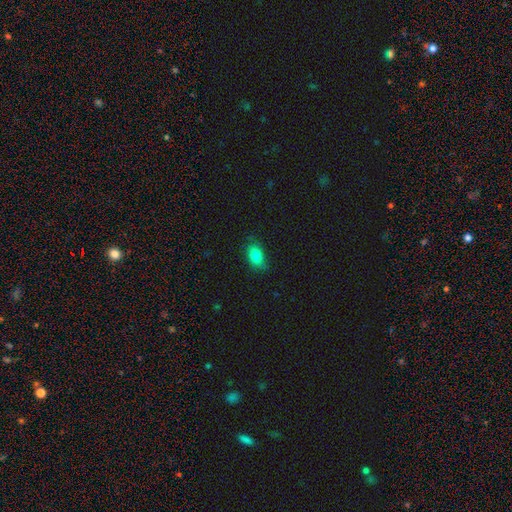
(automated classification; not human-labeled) This is clearly a smooth galaxy (84%). How rounded: clearly in between (86%). Merging: likely none (79%).